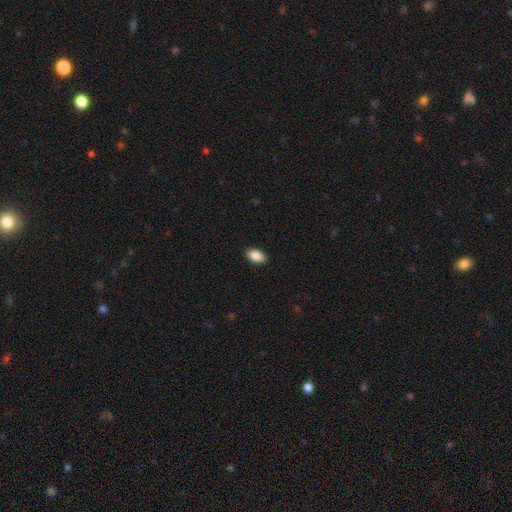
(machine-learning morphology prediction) This is clearly a smooth galaxy (89%). How rounded: clearly in between (92%). Merging: clearly none (90%).